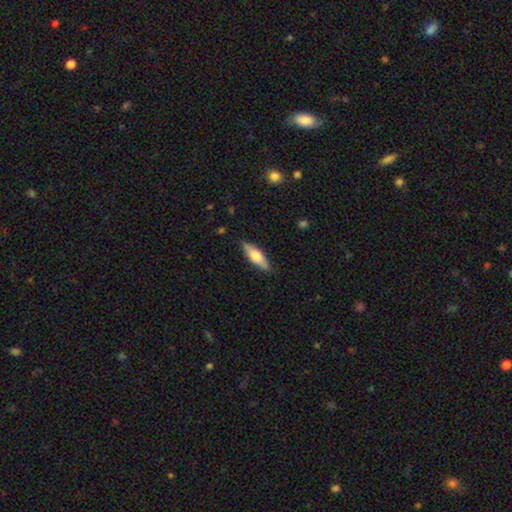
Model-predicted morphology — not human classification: Smooth or featured?
  - smooth: 63% *
  - featured or disk: 32%
  - star or artifact: 5%
How rounded?
  - in between: 51% *
  - cigar-shaped: 47%
  - round: 2%
Merging?
  - none: 85% *
  - minor disturbance: 11%
  - major disturbance: 2%
  - merger: 1%